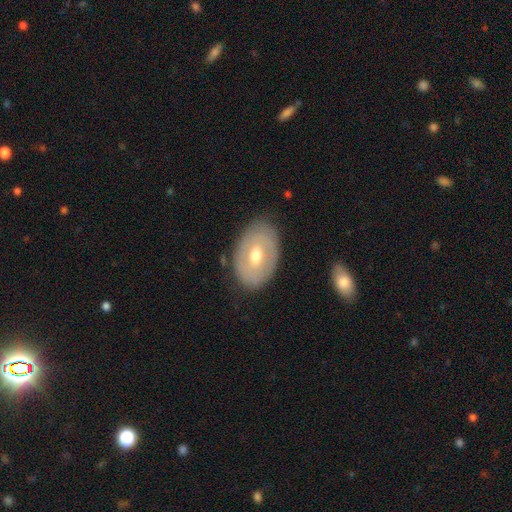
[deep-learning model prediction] This appears to be a featured or disk galaxy (54%). Merging: none (80%).